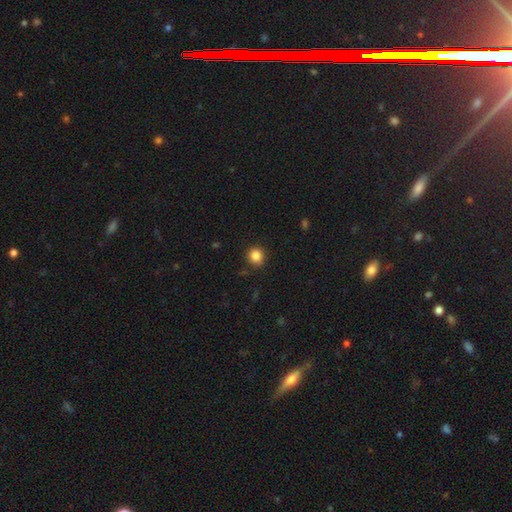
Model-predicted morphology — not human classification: This appears to be a smooth galaxy with no disk features (85%) that is round (88%). Merging: none (88%).